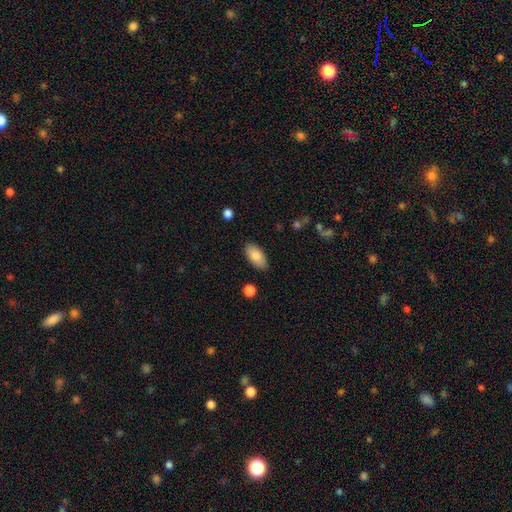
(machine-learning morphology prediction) Smooth or featured: smooth — 84% (featured or disk — 9%)
How rounded: in between — 92% (cigar-shaped — 5%)
Merging: none — 86% (minor disturbance — 10%)